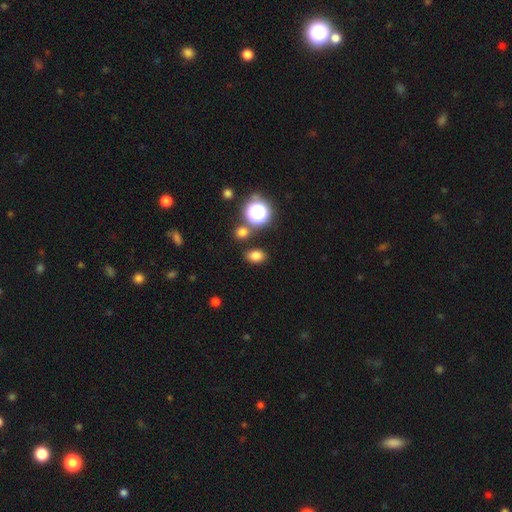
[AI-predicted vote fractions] smooth_or_featured: smooth (p=0.77) [alt: star or artifact p=0.17]
how_rounded: in between (p=0.71) [alt: round p=0.28]
merging: none (p=0.82) [alt: minor disturbance p=0.09]